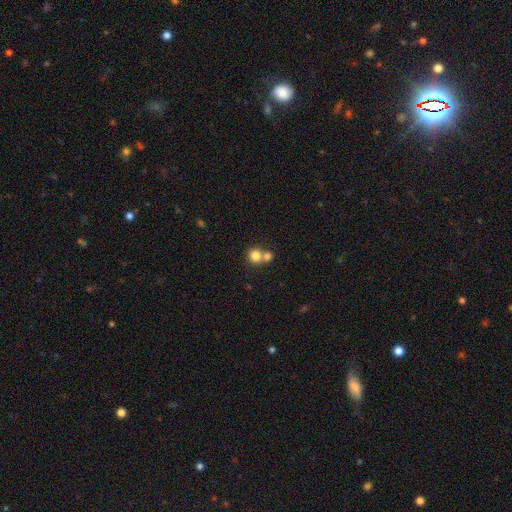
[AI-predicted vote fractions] The model was most divided on "merging": merger: 47%, none: 45%, minor disturbance: 6%, major disturbance: 3%. More confident: how rounded — round (86%); smooth or featured — smooth (81%).